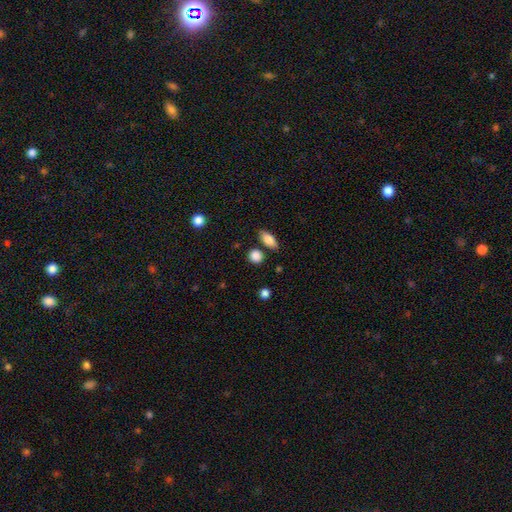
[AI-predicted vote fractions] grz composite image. It shows a smooth galaxy with no disk features (86%) that is round (69%). Merging: none (79%).